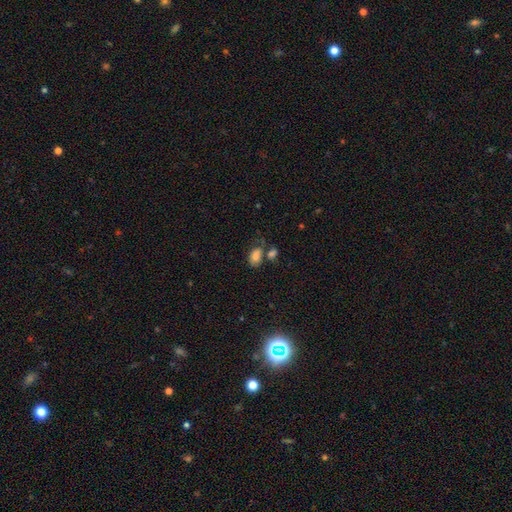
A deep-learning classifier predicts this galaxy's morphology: This is likely a smooth galaxy (77%). How rounded: clearly in between (88%). Merging: marginally none (38%).